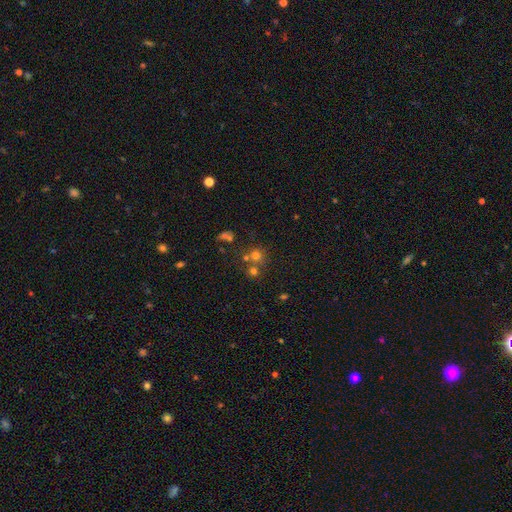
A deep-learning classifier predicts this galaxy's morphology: Smooth or featured? smooth (65%)
How rounded? round (87%)
Merging? none (56%)